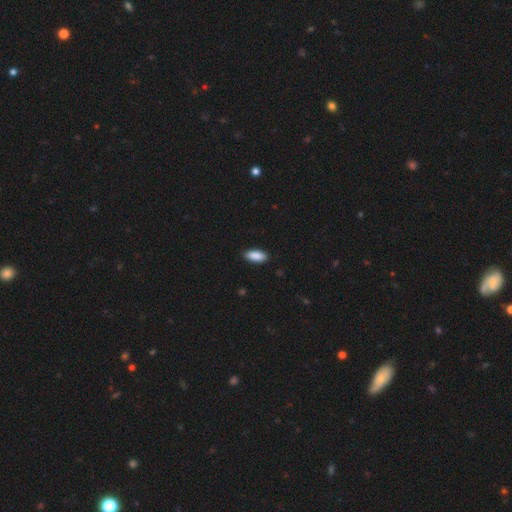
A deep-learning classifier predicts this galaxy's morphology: A smooth galaxy with no disk features (90%) that is in between round and cigar-shaped (86%).

Vote fractions:
- Smooth or featured? smooth: 90% / star or artifact: 6% / featured or disk: 4%
- How rounded? in between: 86% / cigar-shaped: 12% / round: 2%
- Merging? none: 89% / minor disturbance: 9% / major disturbance: 2% / merger: 1%